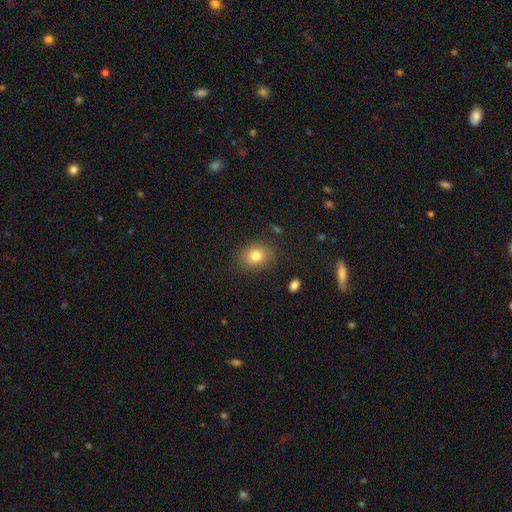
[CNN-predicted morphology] This is clearly a smooth galaxy (82%). How rounded: possibly in between (52%). Merging: clearly none (82%).